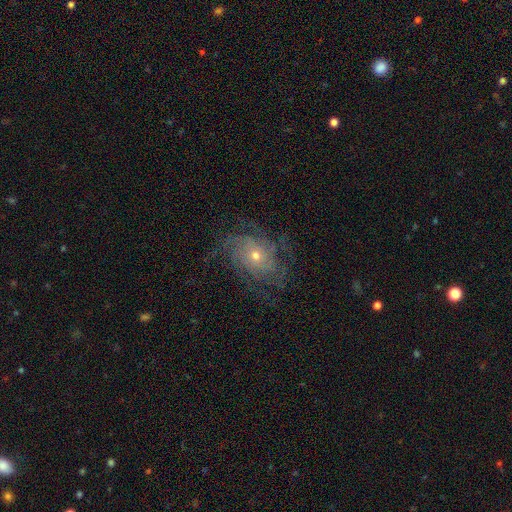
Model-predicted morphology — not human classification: Q: Smooth or featured?
A: featured or disk (78%); runner-up: smooth (13%)
Q: Edge-on disk?
A: no (96%); runner-up: yes (4%)
Q: Bar?
A: no (81%); runner-up: weak (16%)
Q: Spiral arms?
A: yes (90%); runner-up: no (10%)
Q: Spiral winding?
A: tight (47%); runner-up: medium (36%)
Q: Spiral arm count?
A: can't tell (35%); runner-up: 4 (20%)
Q: Bulge size?
A: small (54%); runner-up: moderate (42%)
Q: Merging?
A: none (67%); runner-up: minor disturbance (17%)